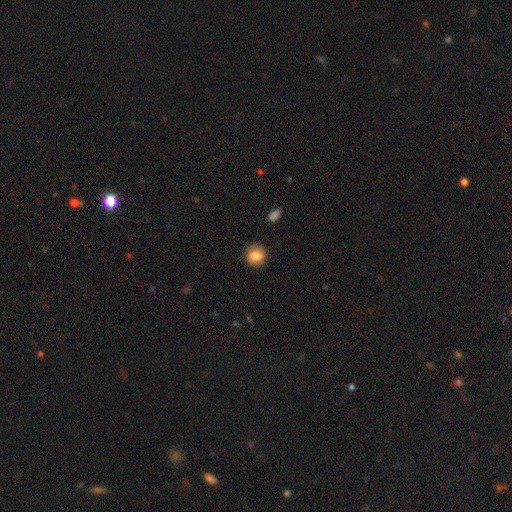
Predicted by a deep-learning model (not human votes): A smooth galaxy with no disk features (77%) that is round (86%).

Vote fractions:
- Smooth or featured? smooth: 77% / featured or disk: 14% / star or artifact: 9%
- How rounded? round: 86% / in between: 13% / cigar-shaped: 1%
- Merging? none: 86% / minor disturbance: 10% / major disturbance: 3% / merger: 1%